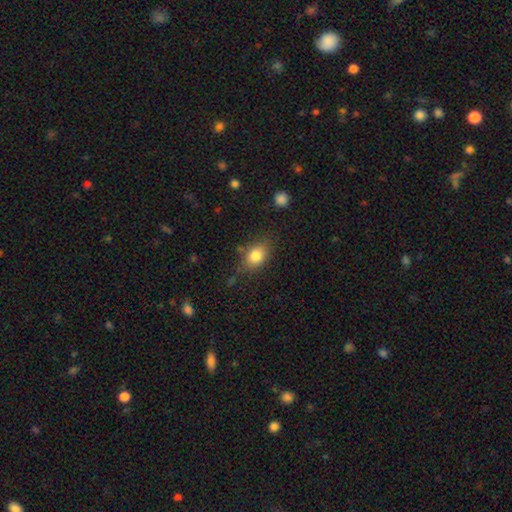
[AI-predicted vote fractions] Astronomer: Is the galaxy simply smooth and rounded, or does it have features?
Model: smooth — 82%.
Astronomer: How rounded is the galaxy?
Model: in between — 69%.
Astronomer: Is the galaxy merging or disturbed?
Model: none — 73%.